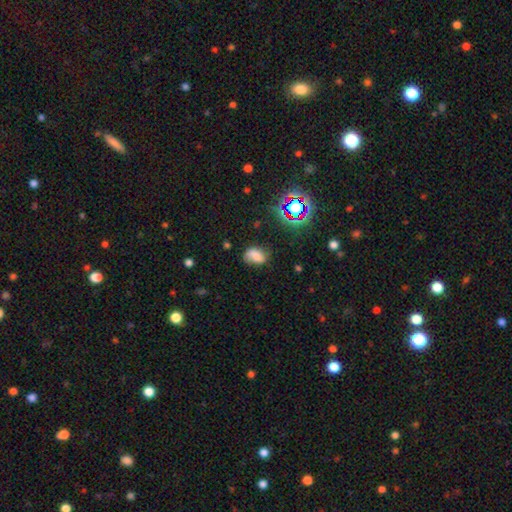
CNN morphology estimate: A smooth galaxy with no disk features (64%) that is in between round and cigar-shaped (78%).

Vote fractions:
- Smooth or featured? smooth: 64% / featured or disk: 19% / star or artifact: 16%
- How rounded? in between: 78% / round: 21% / cigar-shaped: 2%
- Merging? none: 59% / minor disturbance: 28% / major disturbance: 10% / merger: 3%